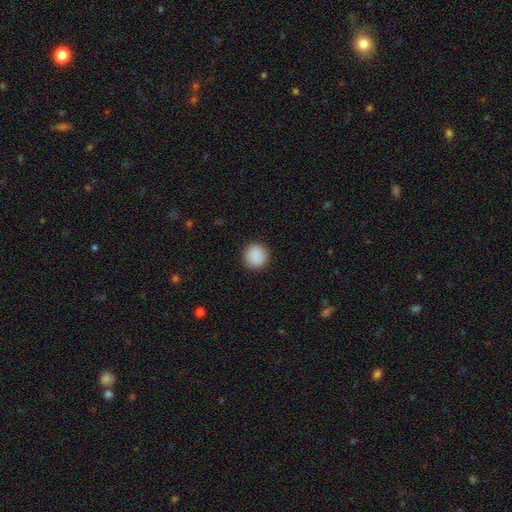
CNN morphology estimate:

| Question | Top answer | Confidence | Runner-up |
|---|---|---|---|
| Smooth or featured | smooth | 90% | star or artifact (7%) |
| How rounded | round | 91% | in between (8%) |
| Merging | none | 91% | minor disturbance (6%) |